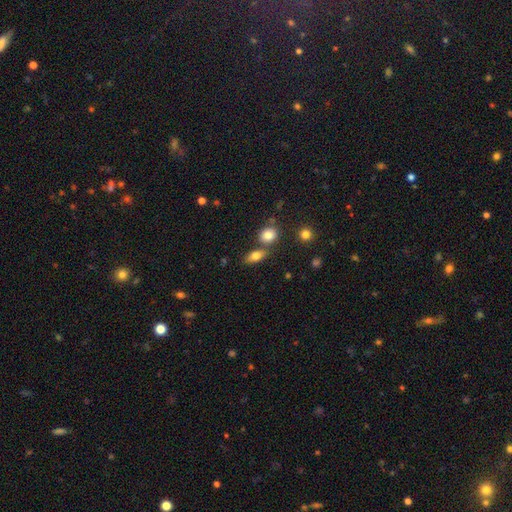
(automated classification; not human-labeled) Smooth or featured?
  - smooth: 76% *
  - featured or disk: 15%
  - star or artifact: 10%
How rounded?
  - in between: 76% *
  - round: 13%
  - cigar-shaped: 10%
Merging?
  - none: 62% *
  - merger: 23%
  - minor disturbance: 11%
  - major disturbance: 4%